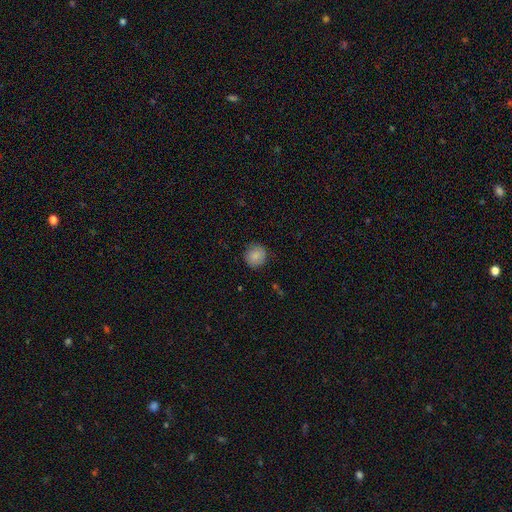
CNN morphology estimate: Smooth or featured? smooth (84%)
How rounded? round (93%)
Merging? none (85%)